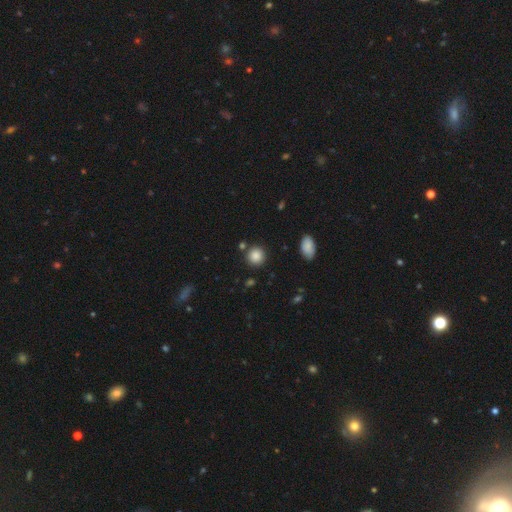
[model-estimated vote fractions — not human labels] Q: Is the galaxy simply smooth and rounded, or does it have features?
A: smooth — 86%.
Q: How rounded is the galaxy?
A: round — 91%.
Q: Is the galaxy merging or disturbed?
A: none — 85%.